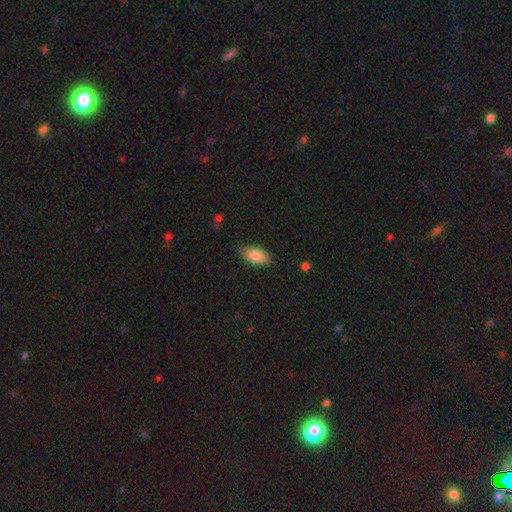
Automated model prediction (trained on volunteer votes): Overall: smooth (82%). How rounded: in between (91%). Merging: none (85%).